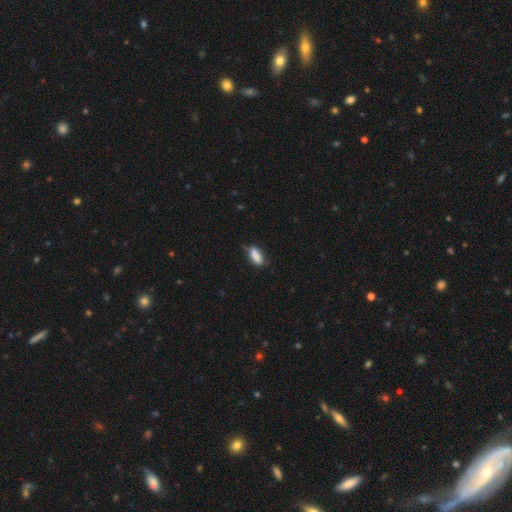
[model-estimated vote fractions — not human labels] This appears to be a smooth galaxy with no disk features (85%) that is in between round and cigar-shaped (70%). Merging: none (68%).